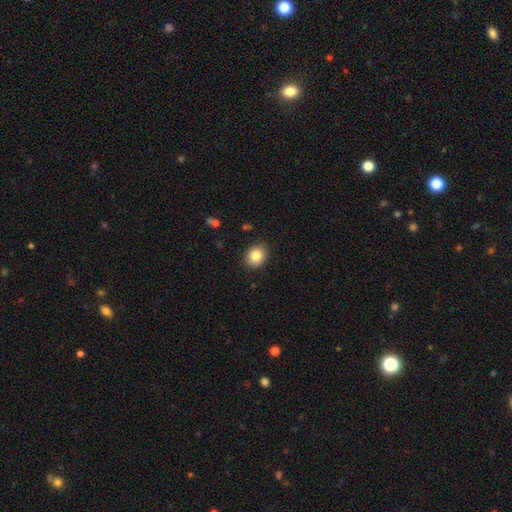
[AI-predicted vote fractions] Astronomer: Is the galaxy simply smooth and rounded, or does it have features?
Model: smooth — 83%.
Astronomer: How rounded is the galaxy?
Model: round — 54% (runner-up: in between, 45%).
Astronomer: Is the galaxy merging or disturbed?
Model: none — 89%.